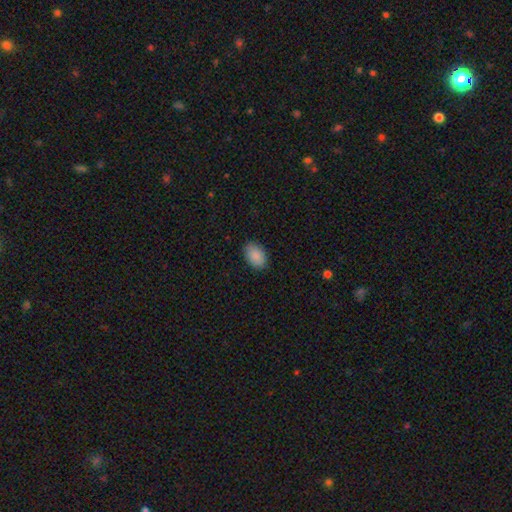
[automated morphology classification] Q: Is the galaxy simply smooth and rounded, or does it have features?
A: smooth — 89%.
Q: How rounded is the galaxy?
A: in between — 90%.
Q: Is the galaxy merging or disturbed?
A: none — 87%.